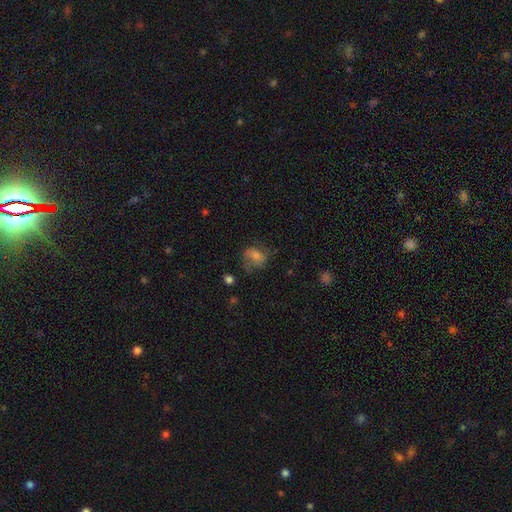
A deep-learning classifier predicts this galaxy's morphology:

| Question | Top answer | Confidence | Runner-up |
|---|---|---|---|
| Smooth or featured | smooth | 55% | featured or disk (29%) |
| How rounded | round | 52% | in between (46%) |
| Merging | none | 58% | minor disturbance (24%) |